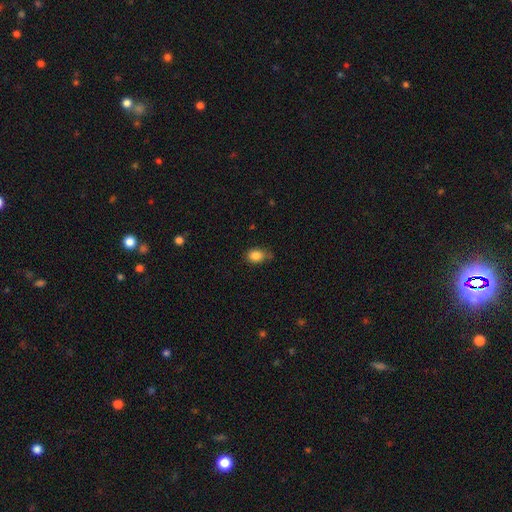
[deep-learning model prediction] A smooth galaxy with no disk features (85%) that is in between round and cigar-shaped (57%). Merging: none (59%).